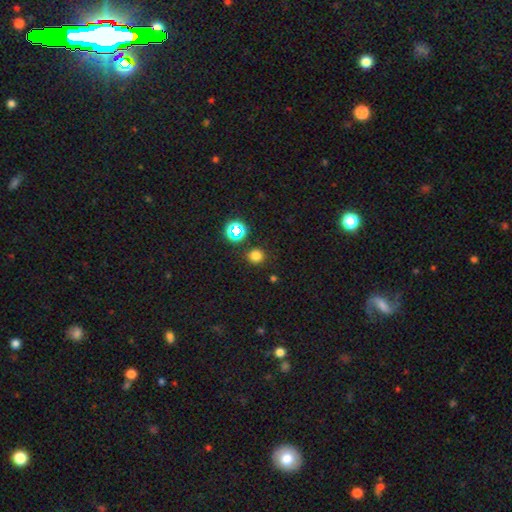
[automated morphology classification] Overall: smooth (75%). How rounded: round (91%). Merging: none (88%).